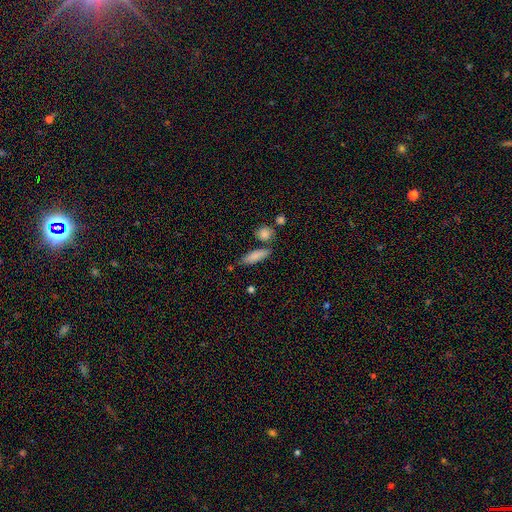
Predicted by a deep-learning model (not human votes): Smooth or featured? Predicted: smooth (p=0.83). How rounded? Predicted: cigar-shaped (p=0.49). Merging? Predicted: none (p=0.71).